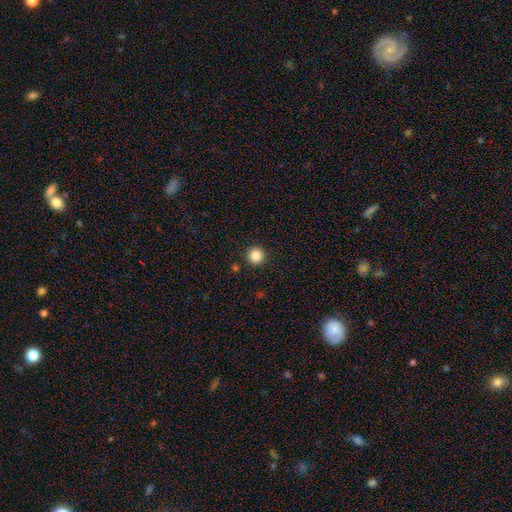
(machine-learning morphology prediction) The model was most divided on "smooth or featured": smooth: 86%, star or artifact: 11%, featured or disk: 3%. More confident: how rounded — round (96%); merging — none (92%).